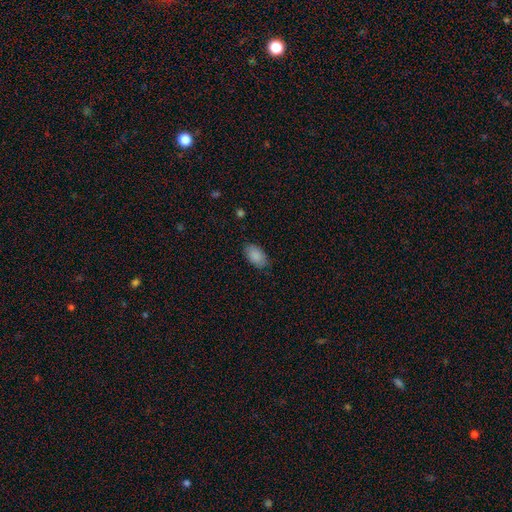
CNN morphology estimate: Smooth or featured? smooth (89%)
How rounded? in between (93%)
Merging? none (83%)